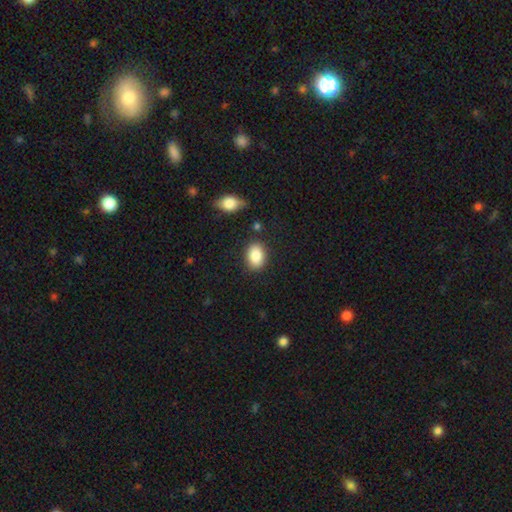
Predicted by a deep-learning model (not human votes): smooth 87%, star or artifact 7%, featured or disk 6%. Down the decision tree: how rounded — in between (81%); merging — none (83%).